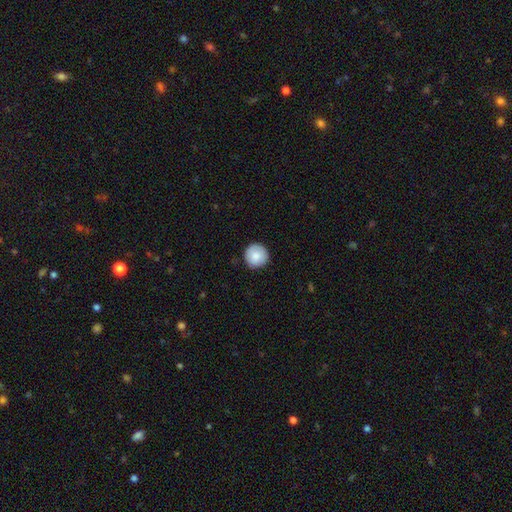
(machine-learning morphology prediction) type=smooth (85%); roundness=round (96%); merging=none (88%).